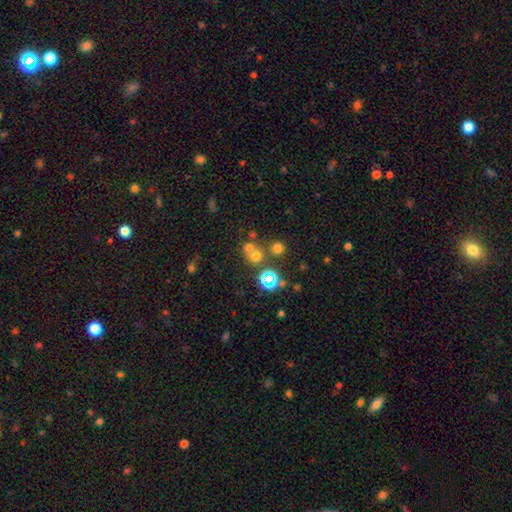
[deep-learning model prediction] This is possibly a smooth galaxy (59%). How rounded: clearly round (85%). Merging: possibly none (55%).